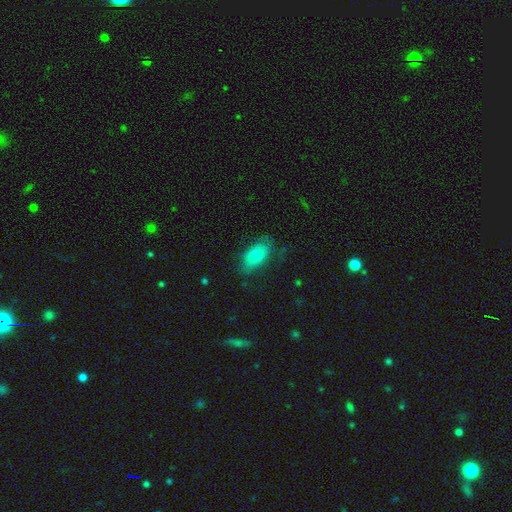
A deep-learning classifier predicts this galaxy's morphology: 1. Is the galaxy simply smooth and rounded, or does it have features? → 80% smooth, 13% featured or disk, 7% star or artifact.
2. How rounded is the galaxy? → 91% in between, 5% cigar-shaped, 4% round.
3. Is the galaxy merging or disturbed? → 66% none, 23% minor disturbance, 10% major disturbance, 1% merger.